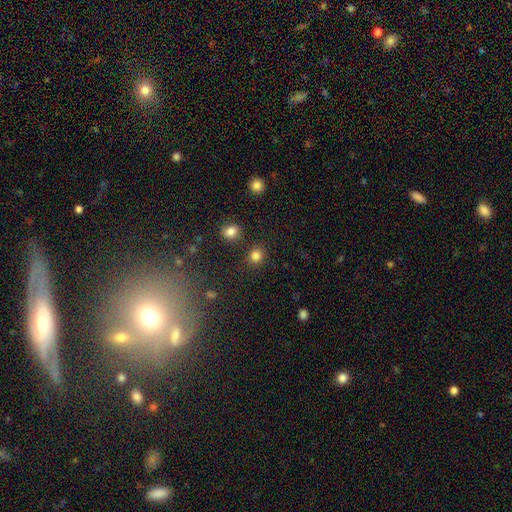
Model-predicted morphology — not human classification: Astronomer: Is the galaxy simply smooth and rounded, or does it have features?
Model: smooth — 82%.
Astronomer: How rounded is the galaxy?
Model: round — 87%.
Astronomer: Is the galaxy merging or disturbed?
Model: none — 85%.